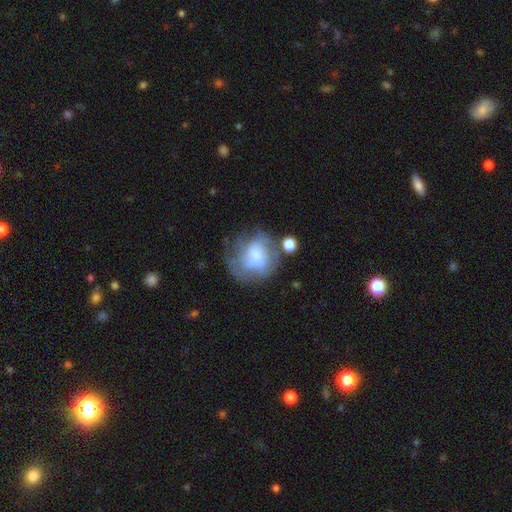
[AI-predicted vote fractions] This is possibly a featured or disk galaxy (52%). It is clearly not viewed edge-on (97%). Bar: likely no (64%). Spiral arm pattern: possibly yes (58%). Central bulge: marginally small (38%). Merging: marginally none (41%).